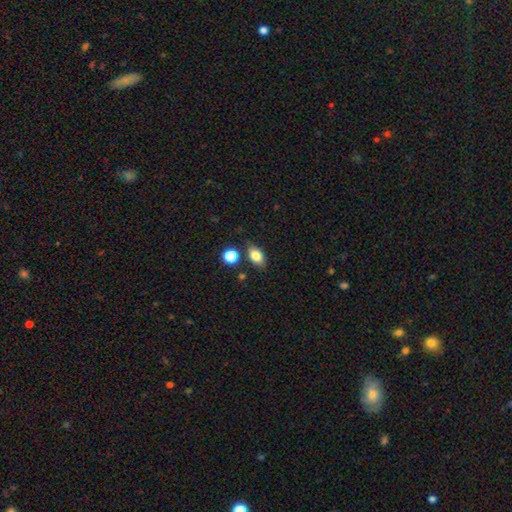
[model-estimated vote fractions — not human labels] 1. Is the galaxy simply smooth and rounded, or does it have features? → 82% smooth, 9% star or artifact, 9% featured or disk.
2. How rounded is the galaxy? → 84% in between, 14% round, 3% cigar-shaped.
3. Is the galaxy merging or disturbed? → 79% none, 12% minor disturbance, 6% merger, 3% major disturbance.